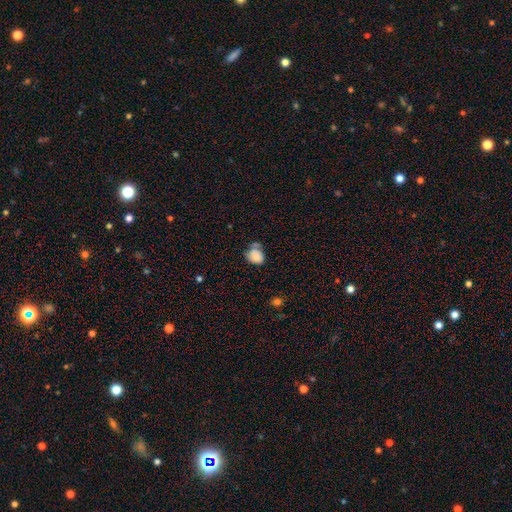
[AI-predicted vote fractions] The model was most divided on "how rounded": round: 53%, in between: 46%, cigar-shaped: 1%. Remaining: smooth or featured — smooth (80%); merging — none (43%).